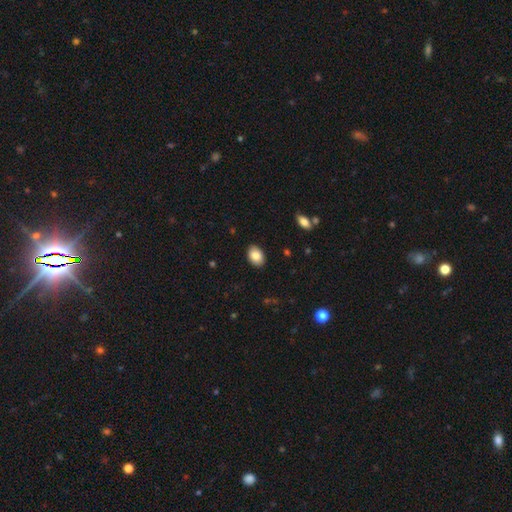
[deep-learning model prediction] This is clearly a smooth galaxy (86%). How rounded: clearly in between (84%). Merging: clearly none (89%).